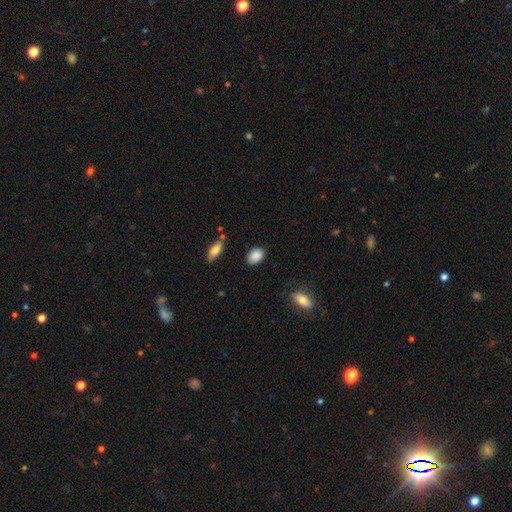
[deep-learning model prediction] Smooth or featured? Predicted: smooth (p=0.89). How rounded? Predicted: in between (p=0.80). Merging? Predicted: none (p=0.82).